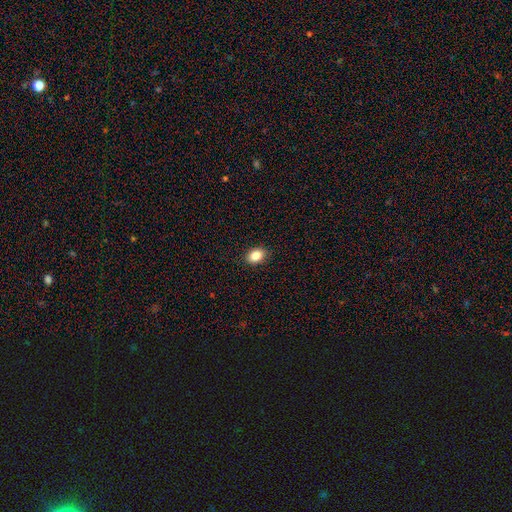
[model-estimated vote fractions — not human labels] Smooth or featured?
  - smooth: 85% *
  - star or artifact: 9%
  - featured or disk: 6%
How rounded?
  - in between: 71% *
  - round: 27%
  - cigar-shaped: 1%
Merging?
  - none: 89% *
  - minor disturbance: 8%
  - major disturbance: 2%
  - merger: 1%